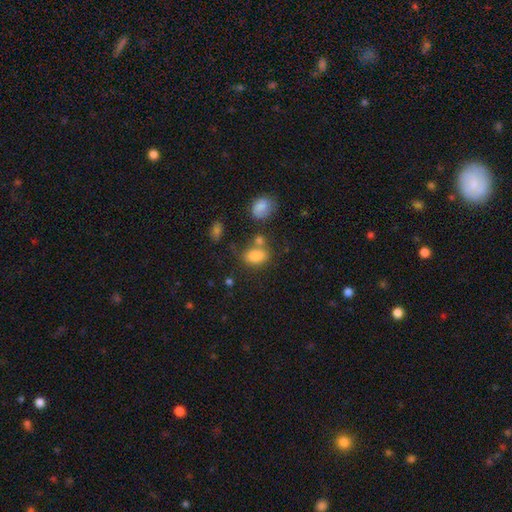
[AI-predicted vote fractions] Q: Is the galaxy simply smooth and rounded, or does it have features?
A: smooth — 82%.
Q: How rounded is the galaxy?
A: in between — 84%.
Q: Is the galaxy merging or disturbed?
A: none — 57%.